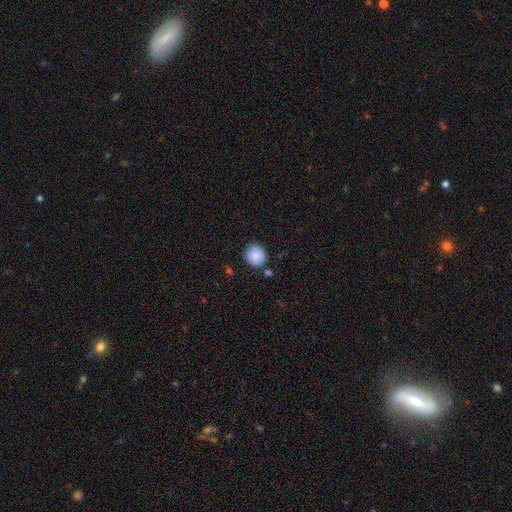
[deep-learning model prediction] This is clearly a smooth galaxy (87%). How rounded: clearly round (83%). Merging: likely none (78%).